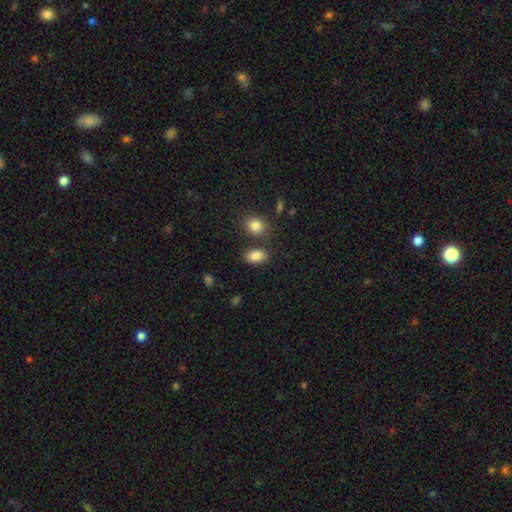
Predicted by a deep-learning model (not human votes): Overall: smooth (86%). How rounded: in between (90%). Merging: none (72%).